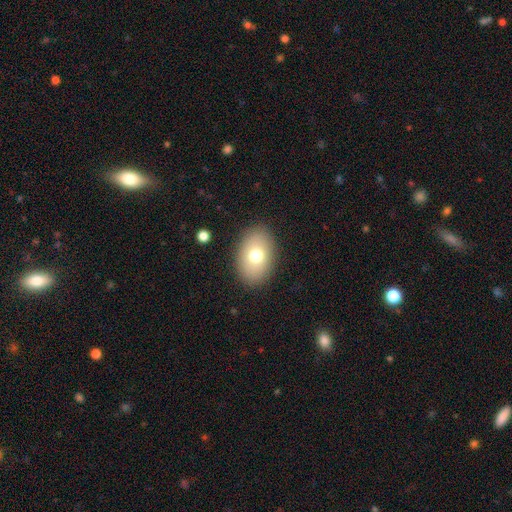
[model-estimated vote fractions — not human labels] Overall: smooth (73%). How rounded: in between (85%). Merging: none (87%).